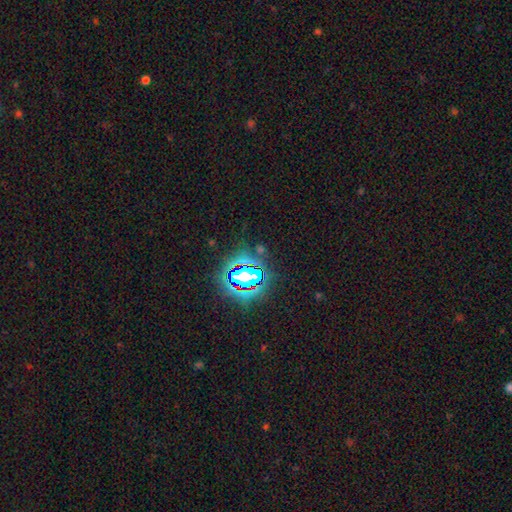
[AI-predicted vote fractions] smooth_or_featured: star or artifact (p=0.82) [alt: smooth p=0.11]